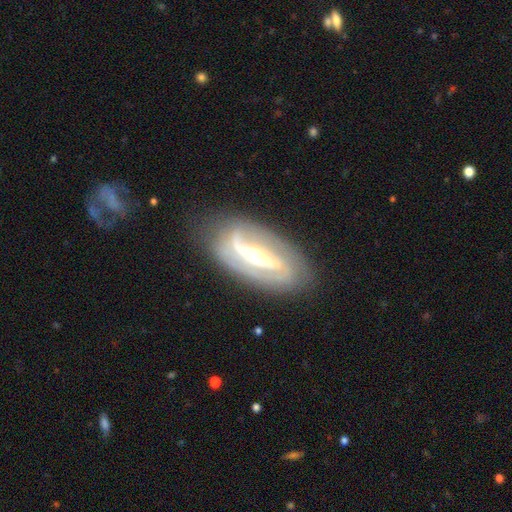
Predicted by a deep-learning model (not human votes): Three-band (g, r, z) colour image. It shows a featured or disk galaxy (85%) with a strong bar (64%), 2 (82%) medium (39%) spiral arms (84%) and a moderate central bulge (64%). Merging: none (78%).